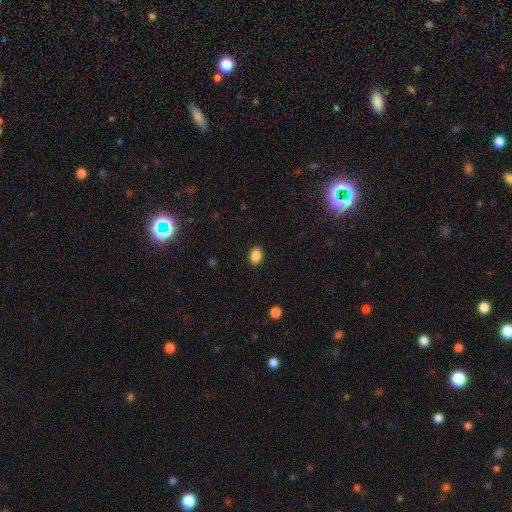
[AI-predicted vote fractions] Smooth or featured? smooth (88%)
How rounded? in between (74%)
Merging? none (89%)